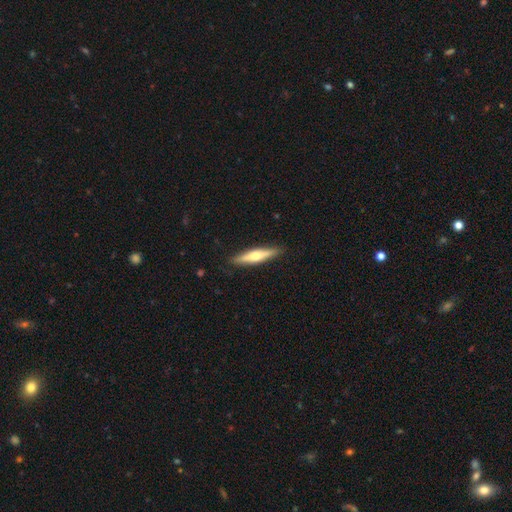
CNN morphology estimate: The model was most divided on "smooth or featured": featured or disk: 54%, smooth: 41%, star or artifact: 5%. More confident: edge-on disk — yes (94%); edge-on bulge — rounded (91%); merging — none (89%).